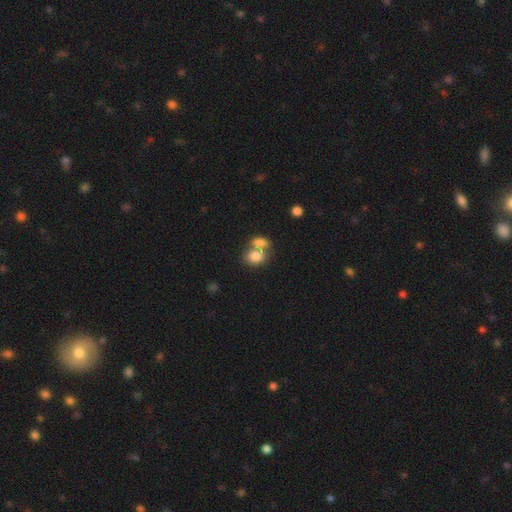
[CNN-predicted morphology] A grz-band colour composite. It shows a smooth galaxy with no disk features (81%) that is in between round and cigar-shaped (65%). Merging: merger (59%).